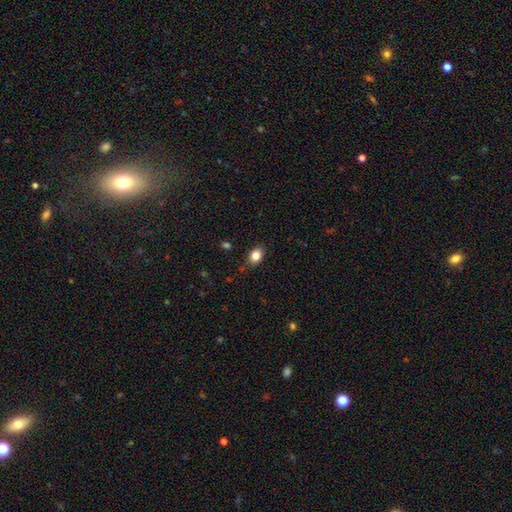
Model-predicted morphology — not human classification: type=smooth (83%); roundness=in between (77%); merging=none (83%).